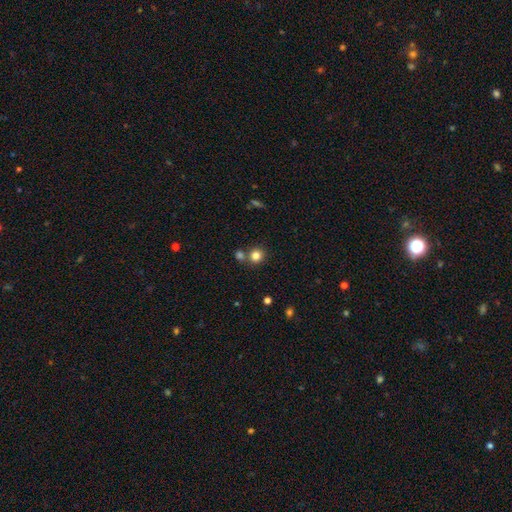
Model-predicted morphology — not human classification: smooth_or_featured: smooth (p=0.82) [alt: star or artifact p=0.12]
how_rounded: round (p=0.89) [alt: in between p=0.10]
merging: none (p=0.68) [alt: merger p=0.21]